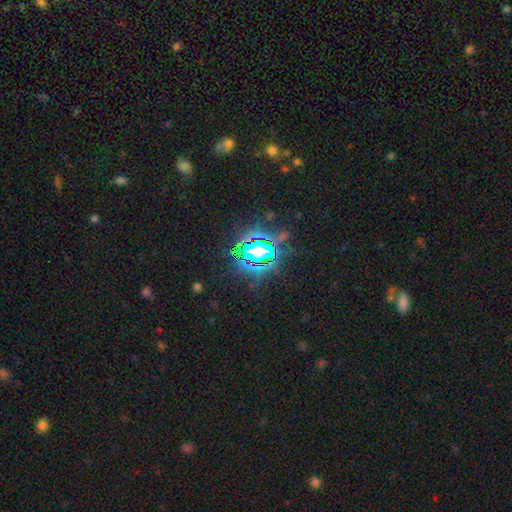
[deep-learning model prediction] Overall: star or artifact (81%).